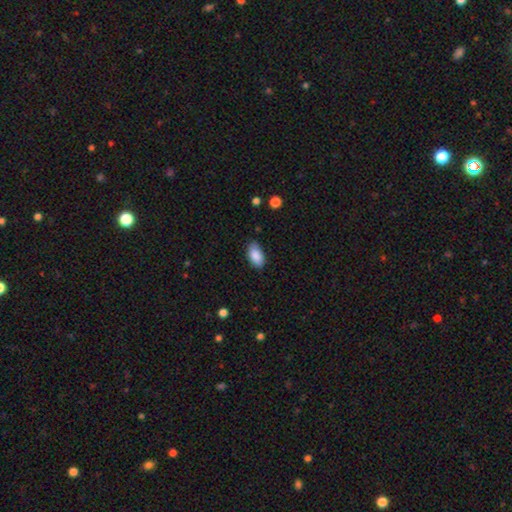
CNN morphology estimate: Q: Smooth or featured?
A: smooth (87%); runner-up: star or artifact (7%)
Q: How rounded?
A: in between (94%); runner-up: cigar-shaped (3%)
Q: Merging?
A: none (80%); runner-up: minor disturbance (16%)